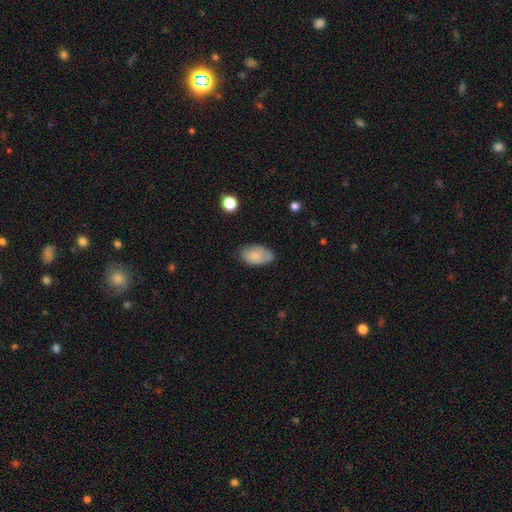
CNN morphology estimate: smooth 81%, featured or disk 12%, star or artifact 7%. Down the decision tree: how rounded — in between (93%); merging — none (69%).